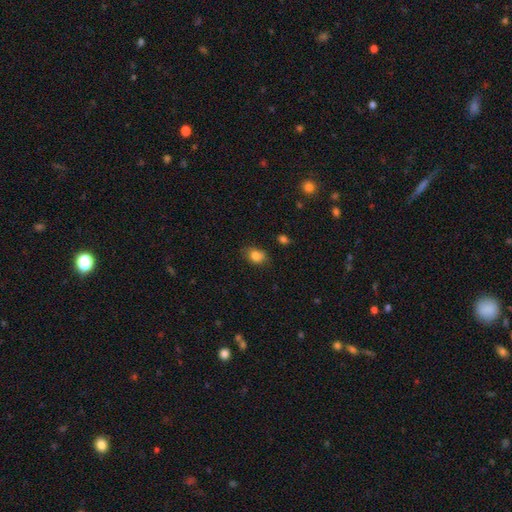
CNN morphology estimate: A smooth galaxy with no disk features (83%) that is in between round and cigar-shaped (59%). Merging: none (73%).